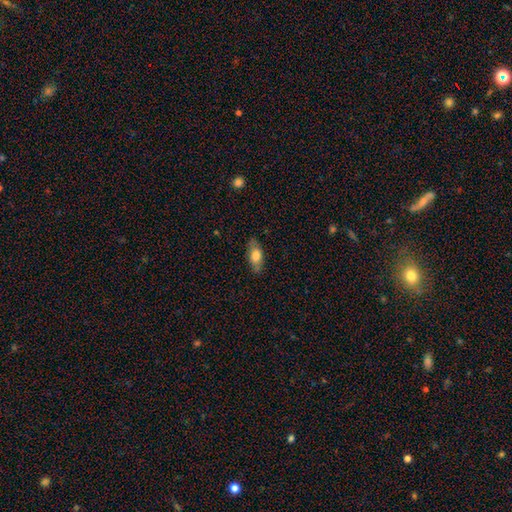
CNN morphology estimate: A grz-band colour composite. It shows a smooth galaxy with no disk features (68%) that is in between round and cigar-shaped (84%). Merging: none (76%).